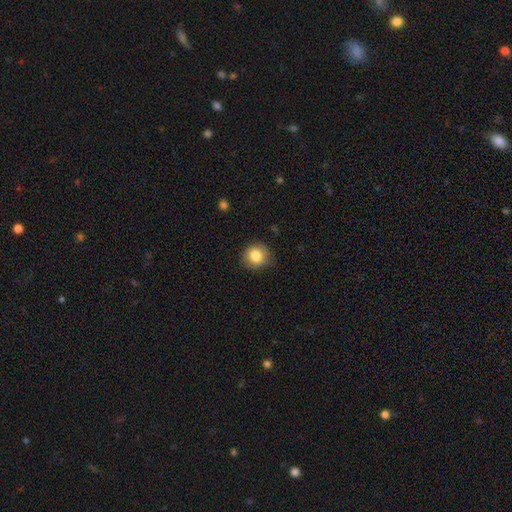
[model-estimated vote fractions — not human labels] This is clearly a smooth galaxy (83%). How rounded: clearly round (81%). Merging: clearly none (84%).